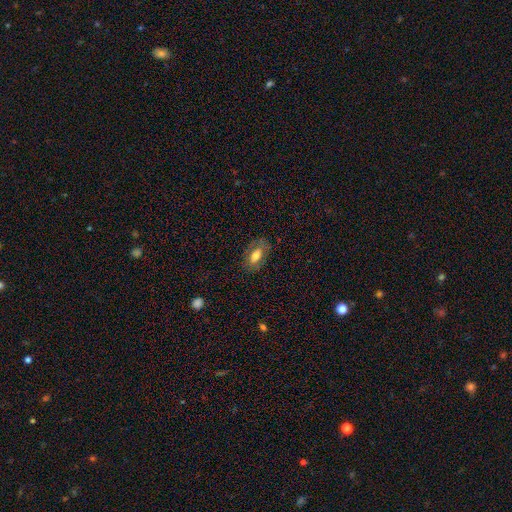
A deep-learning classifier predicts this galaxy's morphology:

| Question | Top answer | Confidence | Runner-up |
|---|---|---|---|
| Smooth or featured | smooth | 61% | featured or disk (31%) |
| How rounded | in between | 90% | round (6%) |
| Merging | none | 78% | minor disturbance (15%) |